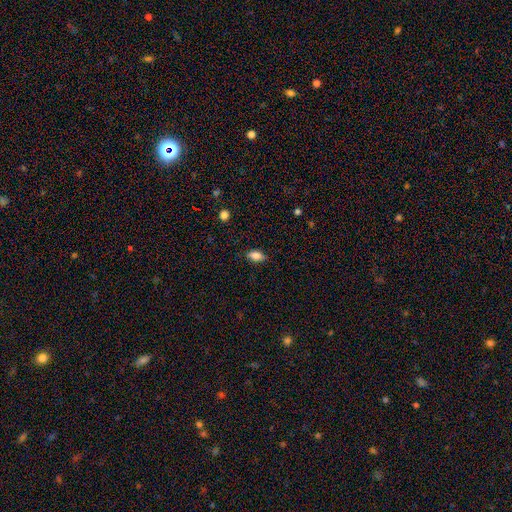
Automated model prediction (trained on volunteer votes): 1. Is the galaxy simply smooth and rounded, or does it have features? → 79% smooth, 12% featured or disk, 9% star or artifact.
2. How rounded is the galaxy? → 87% in between, 7% cigar-shaped, 6% round.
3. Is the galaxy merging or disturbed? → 83% none, 13% minor disturbance, 3% major disturbance, 1% merger.